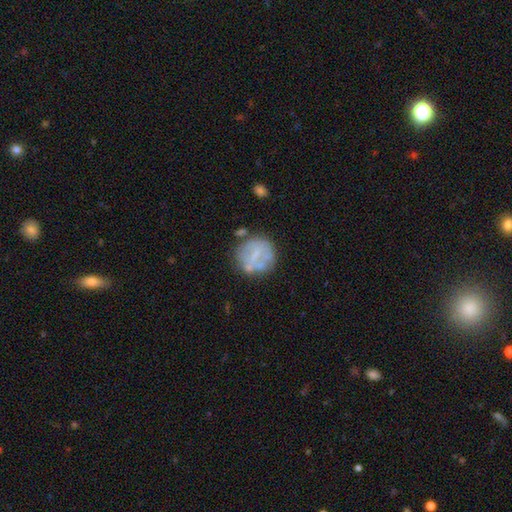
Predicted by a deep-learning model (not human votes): featured or disk 49%, smooth 42%, star or artifact 10%. Down the decision tree: merging — none (62%).